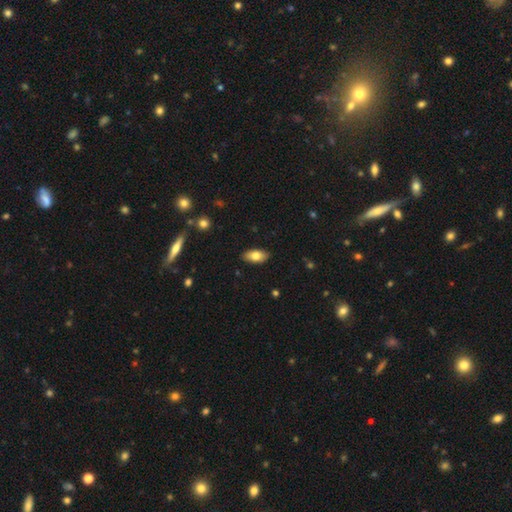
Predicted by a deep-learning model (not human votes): smooth-or-featured: smooth: 77% | featured or disk: 16% | star or artifact: 7%
  how-rounded: in between: 91% | cigar-shaped: 6% | round: 3%
  merging: none: 88% | minor disturbance: 9% | major disturbance: 2% | merger: 1%